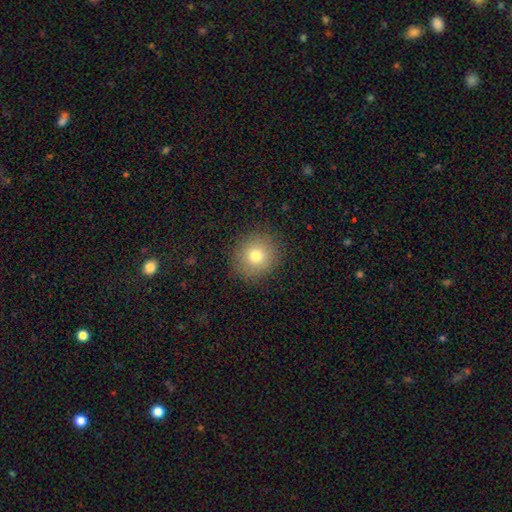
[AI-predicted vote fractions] A smooth galaxy with no disk features (76%) that is round (90%).

Vote fractions:
- Smooth or featured? smooth: 76% / star or artifact: 13% / featured or disk: 11%
- How rounded? round: 90% / in between: 9% / cigar-shaped: 1%
- Merging? none: 89% / minor disturbance: 7% / major disturbance: 3% / merger: 1%